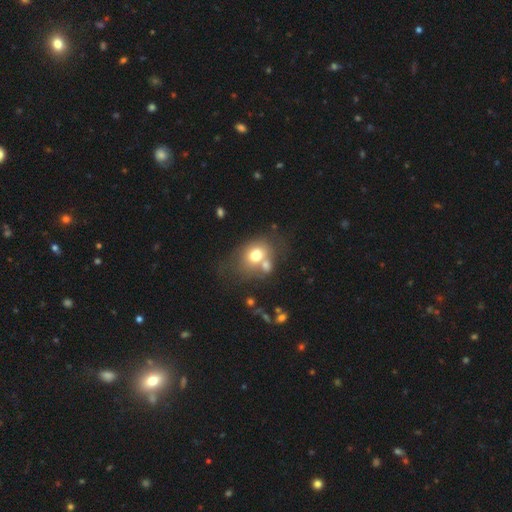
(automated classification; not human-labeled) Smooth or featured? Predicted: smooth (p=0.68). How rounded? Predicted: in between (p=0.54). Merging? Predicted: none (p=0.38).